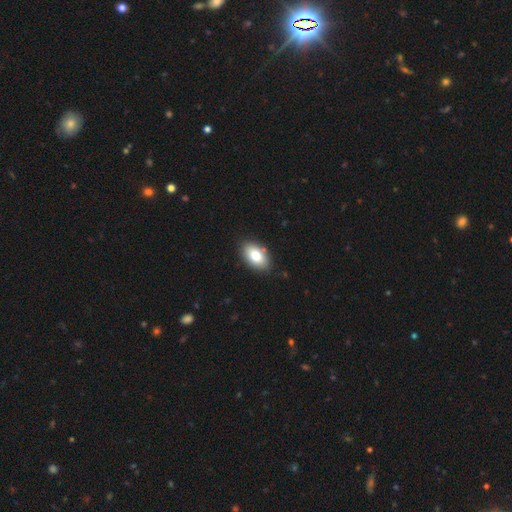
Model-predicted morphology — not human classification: The model was most divided on "smooth or featured": smooth: 80%, featured or disk: 12%, star or artifact: 7%. More confident: how rounded — in between (92%); merging — none (87%).